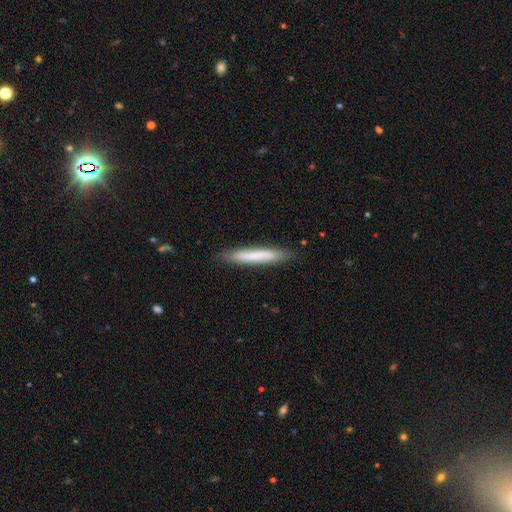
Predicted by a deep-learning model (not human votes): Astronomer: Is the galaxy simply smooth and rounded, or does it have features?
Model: smooth — 73%.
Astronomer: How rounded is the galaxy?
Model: cigar-shaped — 95%.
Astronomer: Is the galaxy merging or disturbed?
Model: none — 87%.